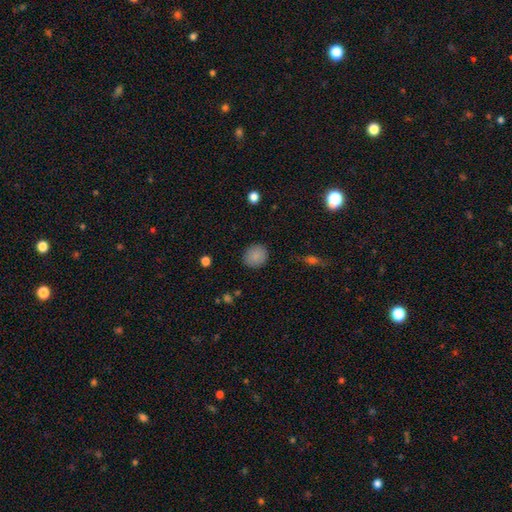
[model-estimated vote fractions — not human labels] Smooth or featured? smooth (87%)
How rounded? round (80%)
Merging? none (89%)